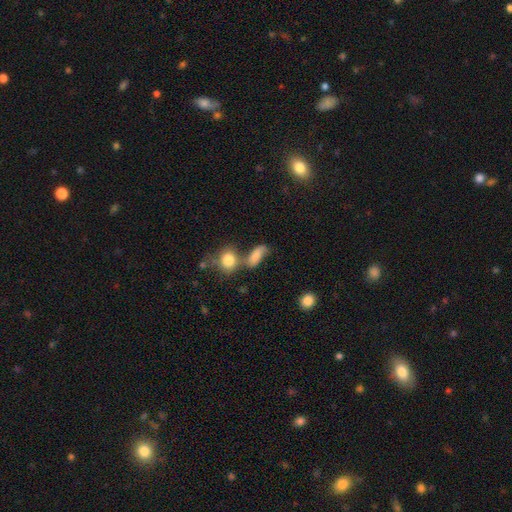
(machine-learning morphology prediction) This is likely a smooth galaxy (73%). How rounded: likely in between (72%). Merging: marginally none (39%).